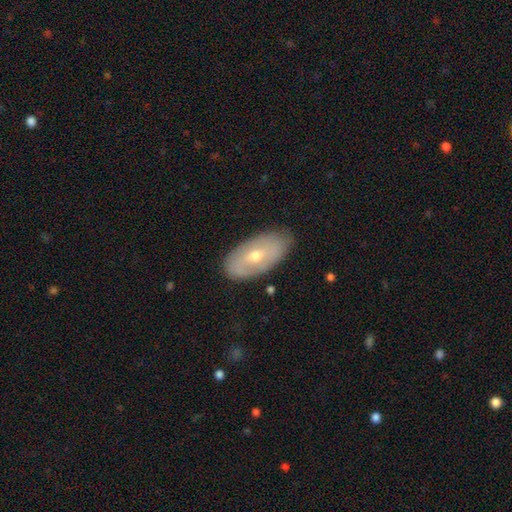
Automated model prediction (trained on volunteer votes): Smooth or featured: featured or disk — 49% (smooth — 44%)
Merging: none — 79% (minor disturbance — 16%)